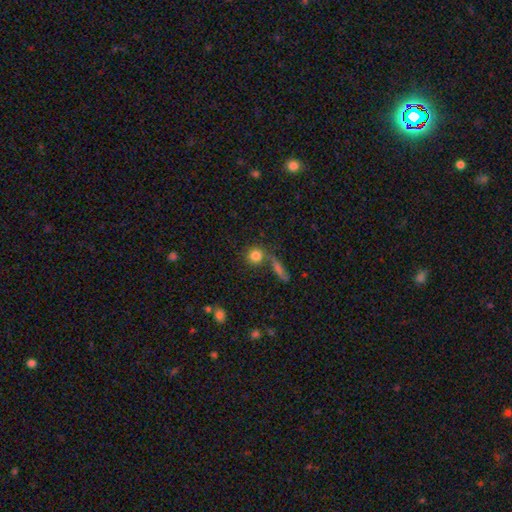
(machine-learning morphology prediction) Q: Smooth or featured?
A: smooth (81%); runner-up: star or artifact (11%)
Q: How rounded?
A: round (86%); runner-up: in between (11%)
Q: Merging?
A: none (62%); runner-up: merger (22%)